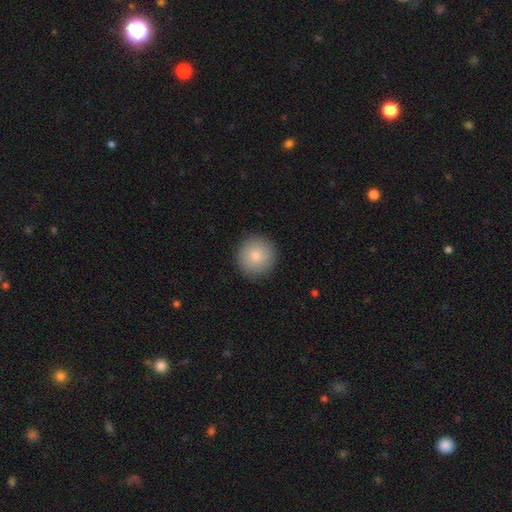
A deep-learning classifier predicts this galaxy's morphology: A smooth galaxy with no disk features (83%) that is round (94%). Merging: none (89%).